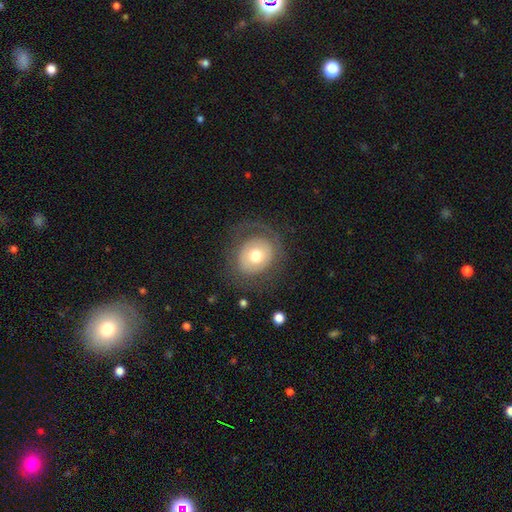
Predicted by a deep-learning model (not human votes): Morphology: type=smooth (53%); roundness=round (67%); merging=none (72%).